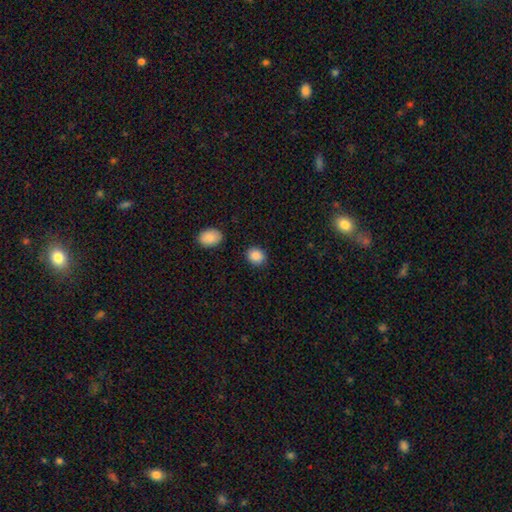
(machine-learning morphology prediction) Overall: smooth (89%). How rounded: round (61%; in between 38%). Merging: none (85%).